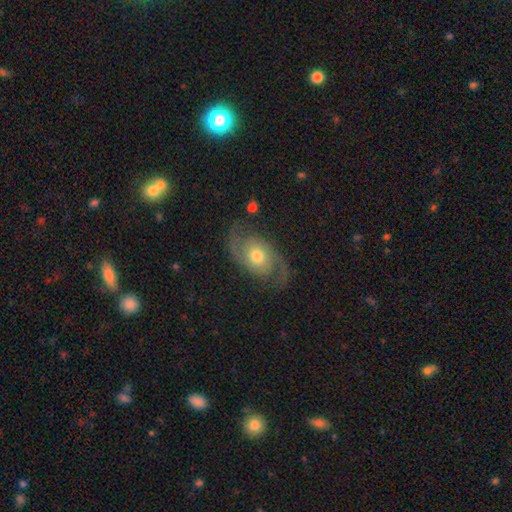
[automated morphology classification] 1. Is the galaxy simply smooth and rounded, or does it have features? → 87% featured or disk, 7% smooth, 6% star or artifact.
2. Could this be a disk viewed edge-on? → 97% no, 3% yes.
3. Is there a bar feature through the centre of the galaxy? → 76% no, 19% weak, 5% strong.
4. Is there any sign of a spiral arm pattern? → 96% yes, 4% no.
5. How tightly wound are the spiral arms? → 50% medium, 27% tight, 23% loose.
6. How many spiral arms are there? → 93% 2, 2% can't tell, 1% 1, 1% 3, 1% 4, 1% more than 4.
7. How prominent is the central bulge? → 74% moderate, 18% small, 6% large, 1% dominant, 1% none.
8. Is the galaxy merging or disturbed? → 82% none, 12% minor disturbance, 5% major disturbance, 1% merger.